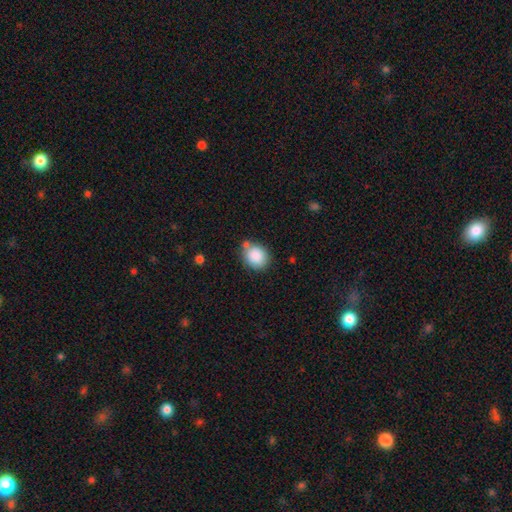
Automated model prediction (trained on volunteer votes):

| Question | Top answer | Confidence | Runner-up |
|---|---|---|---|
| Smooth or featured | smooth | 88% | star or artifact (8%) |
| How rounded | round | 77% | in between (22%) |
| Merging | none | 71% | minor disturbance (14%) |